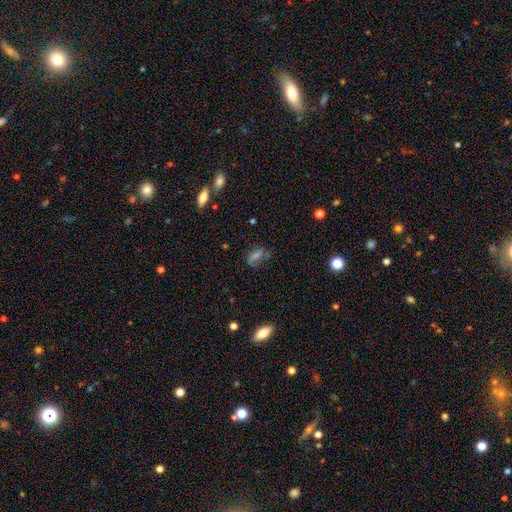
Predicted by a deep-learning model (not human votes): Smooth or featured? Predicted: smooth (p=0.48). Merging? Predicted: none (p=0.67).